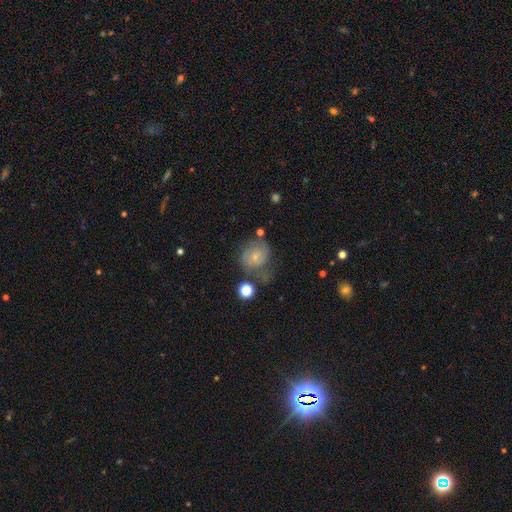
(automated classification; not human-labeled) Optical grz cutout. It shows a smooth galaxy with no disk features (54%) that is round (70%). Merging: none (44%).